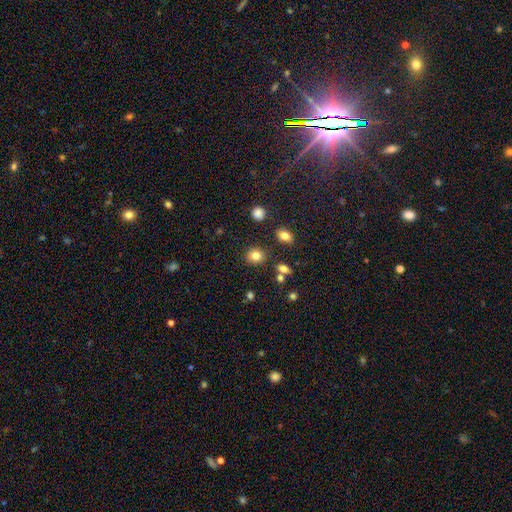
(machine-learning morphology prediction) Q: Smooth or featured?
A: smooth (81%); runner-up: star or artifact (12%)
Q: How rounded?
A: round (73%); runner-up: in between (25%)
Q: Merging?
A: none (83%); runner-up: minor disturbance (9%)